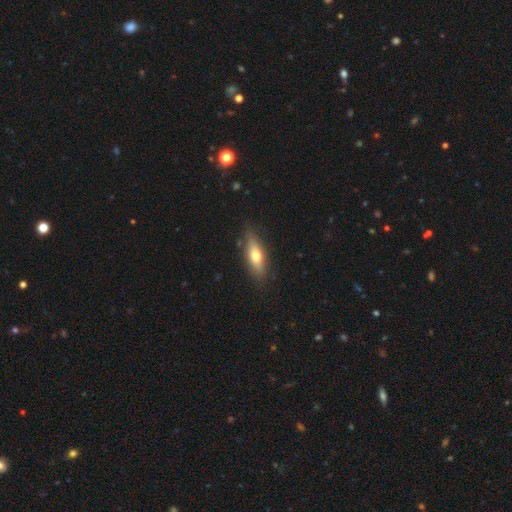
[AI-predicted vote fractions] smooth 63%, featured or disk 31%, star or artifact 6%. Down the decision tree: how rounded — in between (55%); merging — none (83%).